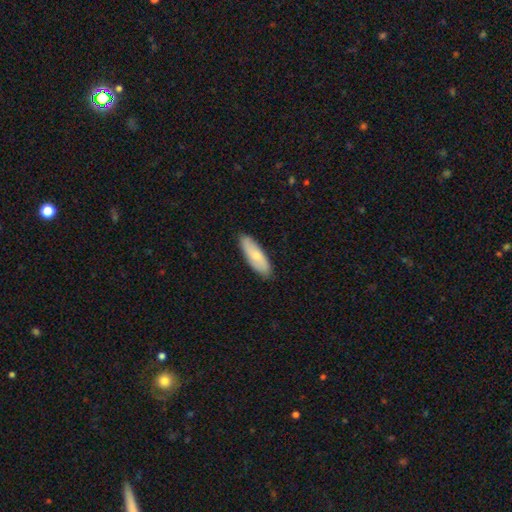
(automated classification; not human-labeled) Smooth or featured: smooth — 70% (featured or disk — 25%)
How rounded: in between — 55% (cigar-shaped — 43%)
Merging: none — 87% (minor disturbance — 10%)